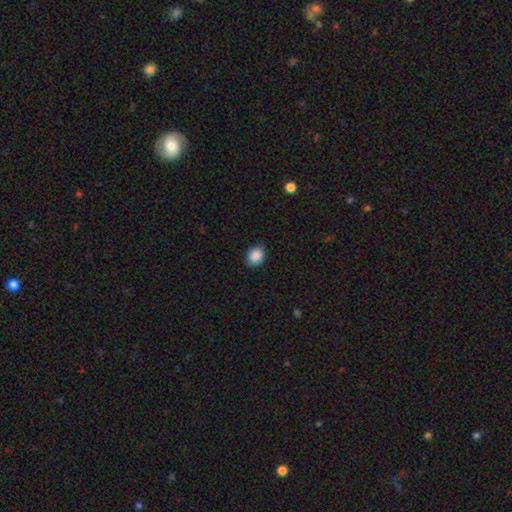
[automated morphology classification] Smooth or featured: smooth — 89% (star or artifact — 8%)
How rounded: in between — 56% (round — 43%)
Merging: none — 87% (minor disturbance — 10%)